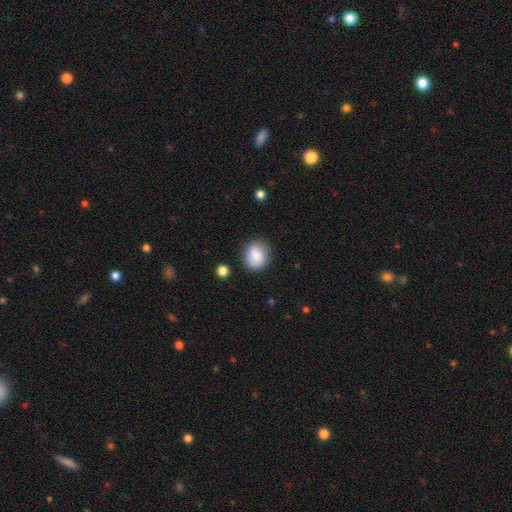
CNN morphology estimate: A smooth galaxy with no disk features (84%) that is round (68%). Merging: none (82%).